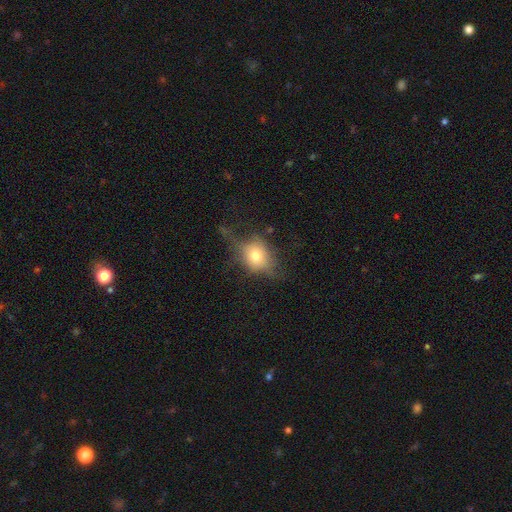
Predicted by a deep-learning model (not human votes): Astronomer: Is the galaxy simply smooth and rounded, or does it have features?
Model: smooth — 58%.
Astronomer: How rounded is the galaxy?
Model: round — 55% (runner-up: in between, 42%).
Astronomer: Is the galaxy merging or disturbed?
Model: none — 46% (runner-up: major disturbance, 26%).